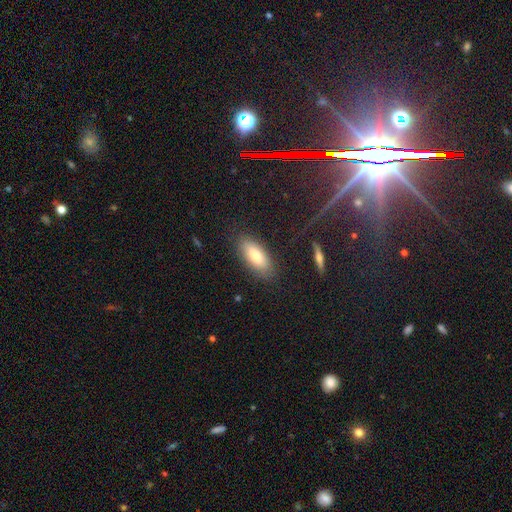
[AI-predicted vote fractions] This appears to be a smooth galaxy with no disk features (77%) that is in between round and cigar-shaped (85%). Merging: none (82%).